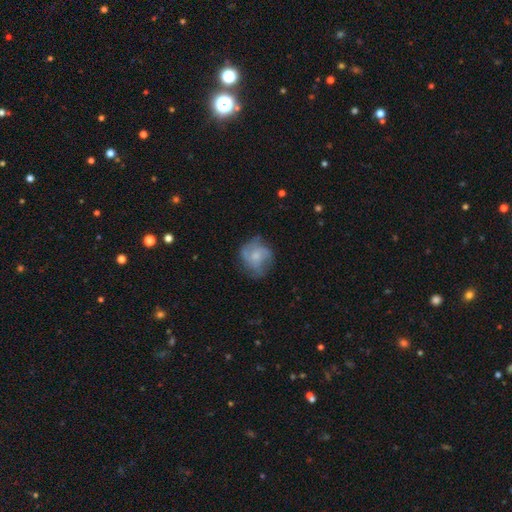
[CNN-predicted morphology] The model was most divided on "smooth or featured": featured or disk: 47%, smooth: 45%, star or artifact: 8%. More confident: merging — none (60%).